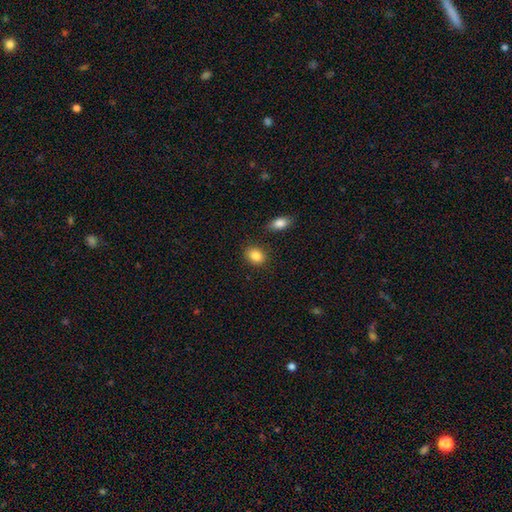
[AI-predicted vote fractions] smooth-or-featured: smooth: 86% | star or artifact: 8% | featured or disk: 5%
  how-rounded: in between: 55% | round: 44% | cigar-shaped: 1%
  merging: none: 83% | minor disturbance: 10% | merger: 4% | major disturbance: 3%